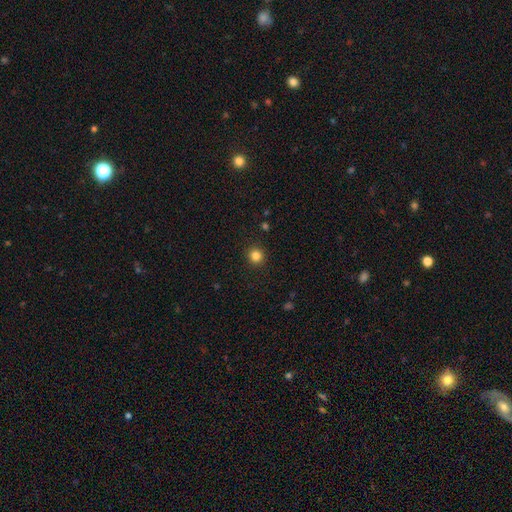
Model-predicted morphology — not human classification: Smooth or featured? Predicted: smooth (p=0.84). How rounded? Predicted: round (p=0.93). Merging? Predicted: none (p=0.92).